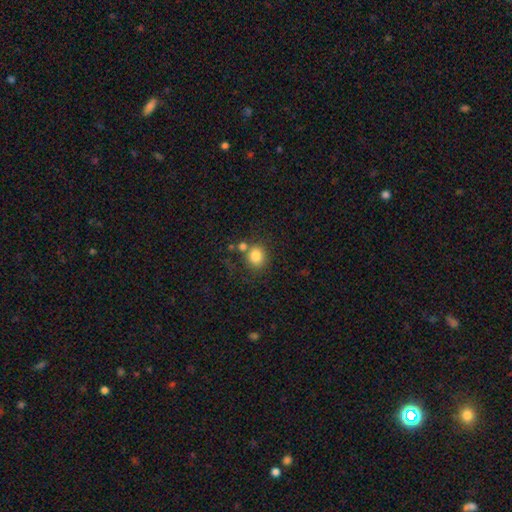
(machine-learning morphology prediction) smooth_or_featured: smooth (p=0.82) [alt: star or artifact p=0.11]
how_rounded: round (p=0.79) [alt: in between p=0.20]
merging: none (p=0.64) [alt: merger p=0.18]